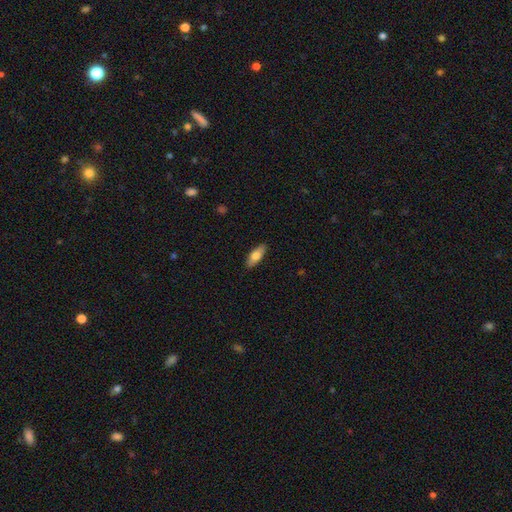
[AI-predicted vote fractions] A smooth galaxy with no disk features (71%) that is in between round and cigar-shaped (71%).

Vote fractions:
- Smooth or featured? smooth: 71% / featured or disk: 23% / star or artifact: 6%
- How rounded? in between: 71% / cigar-shaped: 27% / round: 3%
- Merging? none: 89% / minor disturbance: 9% / major disturbance: 2% / merger: 1%